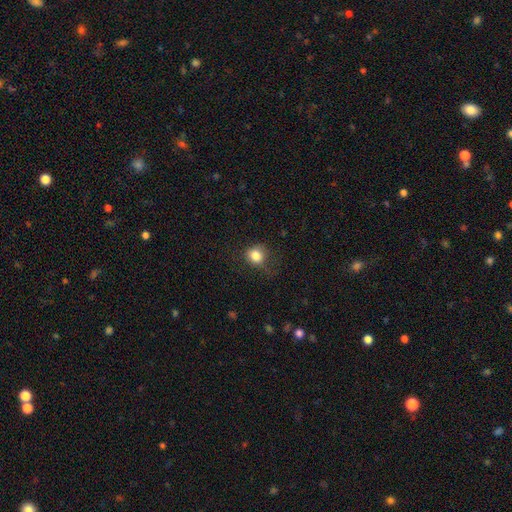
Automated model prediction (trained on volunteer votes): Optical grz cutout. It shows a smooth galaxy with no disk features (83%) that is round (75%). Merging: none (68%).